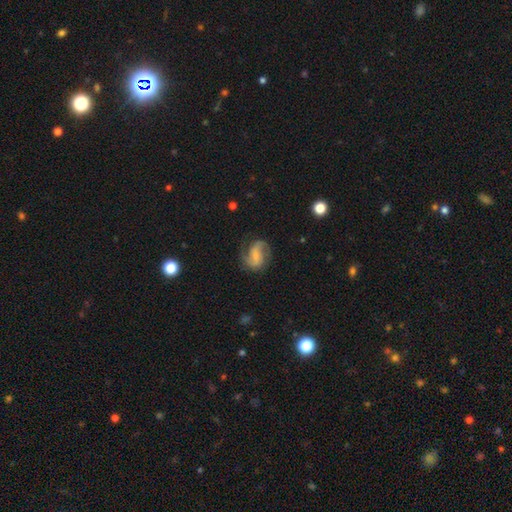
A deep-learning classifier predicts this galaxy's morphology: type=featured or disk (76%); edge-on=no (98%); bar=weak (46%); spiral arms=yes (95%); winding=medium (48%); arm count=2 (83%); bulge=small (48%); merging=none (70%).